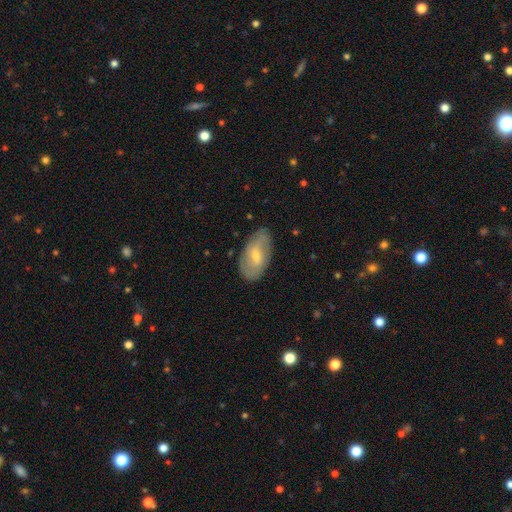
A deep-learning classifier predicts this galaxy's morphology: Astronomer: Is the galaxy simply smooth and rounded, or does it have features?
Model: featured or disk — 49% (runner-up: smooth, 43%).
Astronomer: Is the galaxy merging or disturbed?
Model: none — 78%.